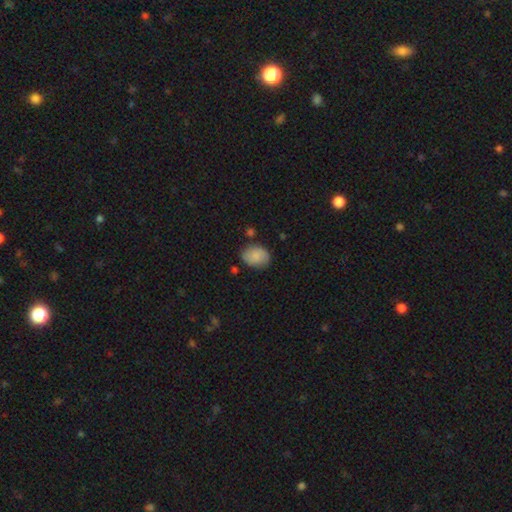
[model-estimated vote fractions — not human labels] Smooth or featured? Predicted: smooth (p=0.82). How rounded? Predicted: in between (p=0.58). Merging? Predicted: none (p=0.74).